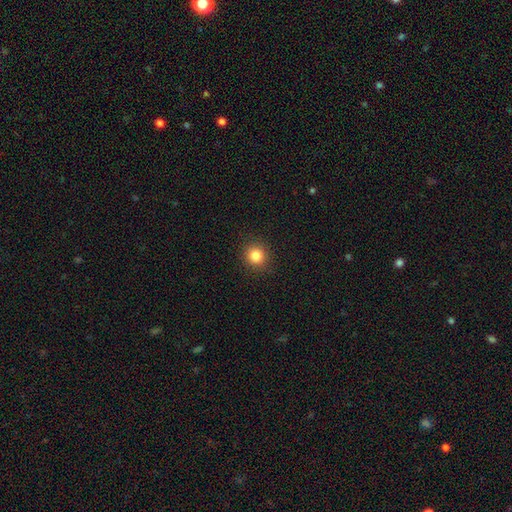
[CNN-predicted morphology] Smooth or featured? Predicted: smooth (p=0.84). How rounded? Predicted: round (p=0.91). Merging? Predicted: none (p=0.91).